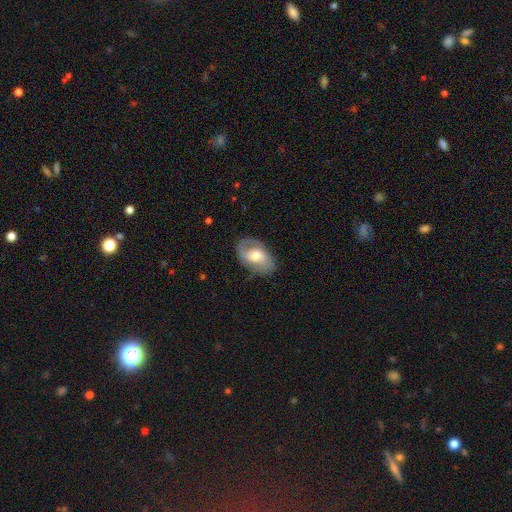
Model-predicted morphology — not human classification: smooth-or-featured: featured or disk: 60% | smooth: 34% | star or artifact: 6%
  disk-edge-on: no: 94% | yes: 6%
    bar: no: 52% | weak: 36% | strong: 12%
    has-spiral-arms: yes: 75% | no: 25%
    bulge-size: moderate: 66% | small: 22% | large: 9% | none: 1% | dominant: 1%
  merging: none: 74% | minor disturbance: 18% | major disturbance: 7% | merger: 1%